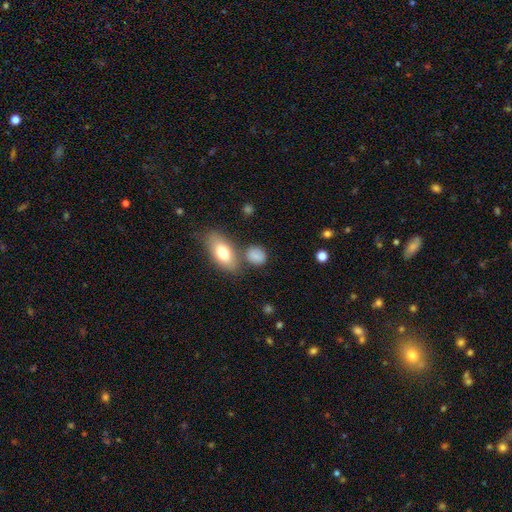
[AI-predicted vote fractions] A smooth galaxy with no disk features (82%) that is round (49%). Merging: none (66%).